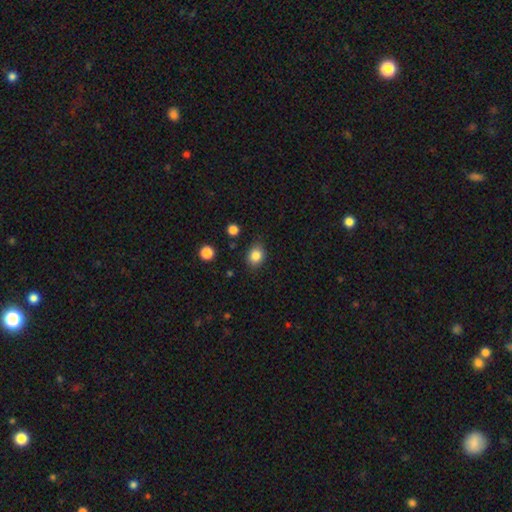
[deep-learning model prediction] This appears to be a smooth galaxy with no disk features (84%) that is round (50%). Merging: none (82%).